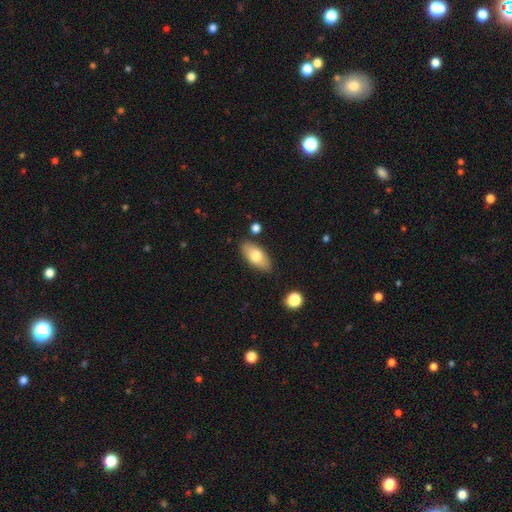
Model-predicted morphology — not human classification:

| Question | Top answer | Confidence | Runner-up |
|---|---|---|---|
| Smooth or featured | smooth | 74% | featured or disk (20%) |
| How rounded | in between | 89% | cigar-shaped (8%) |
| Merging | none | 84% | minor disturbance (11%) |